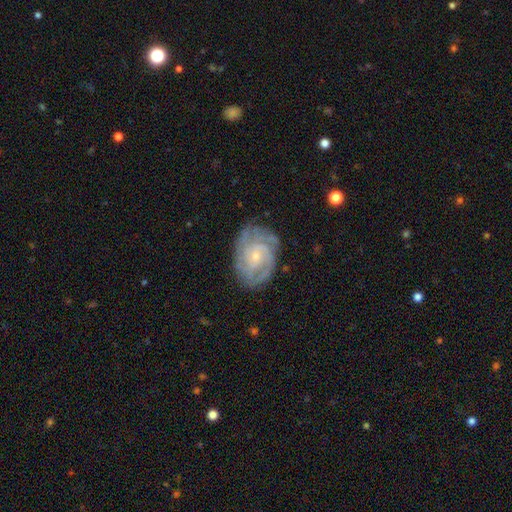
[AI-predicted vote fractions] Smooth or featured? Predicted: featured or disk (p=0.86). Edge-on disk? Predicted: no (p=0.97). Bar? Predicted: no (p=0.69). Spiral arms? Predicted: yes (p=0.96). Spiral winding? Predicted: tight (p=0.67). Spiral arm count? Predicted: can't tell (p=0.27). Bulge size? Predicted: small (p=0.76). Merging? Predicted: none (p=0.74).